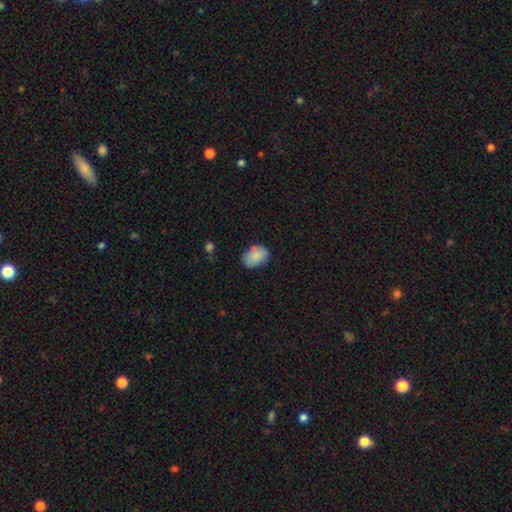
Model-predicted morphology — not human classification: smooth_or_featured: smooth (p=0.85) [alt: featured or disk p=0.08]
how_rounded: in between (p=0.80) [alt: round p=0.19]
merging: none (p=0.72) [alt: minor disturbance p=0.22]